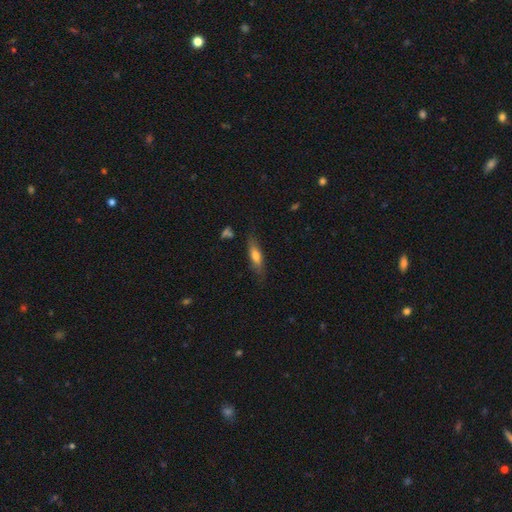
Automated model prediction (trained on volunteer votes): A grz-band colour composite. It shows a smooth galaxy with no disk features (62%) that is cigar-shaped (61%). Merging: none (73%).